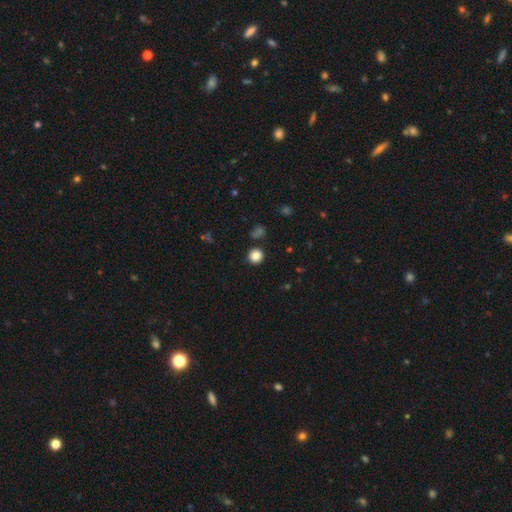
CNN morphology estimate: A smooth galaxy with no disk features (84%) that is round (93%). Merging: none (90%).